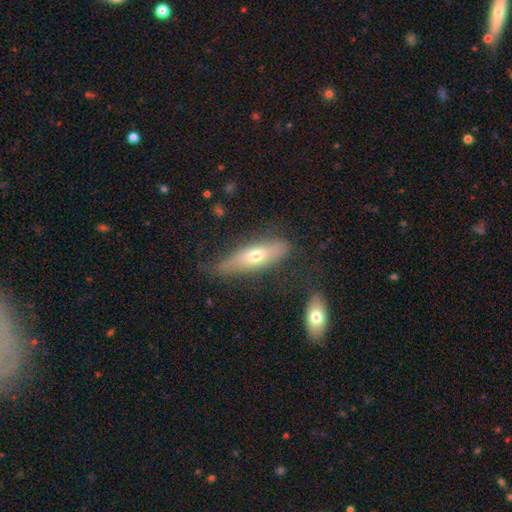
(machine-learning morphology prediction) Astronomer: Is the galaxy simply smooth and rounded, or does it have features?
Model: smooth — 51% (runner-up: featured or disk, 41%).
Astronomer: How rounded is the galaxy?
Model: cigar-shaped — 59% (runner-up: in between, 38%).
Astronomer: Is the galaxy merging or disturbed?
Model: none — 63%.